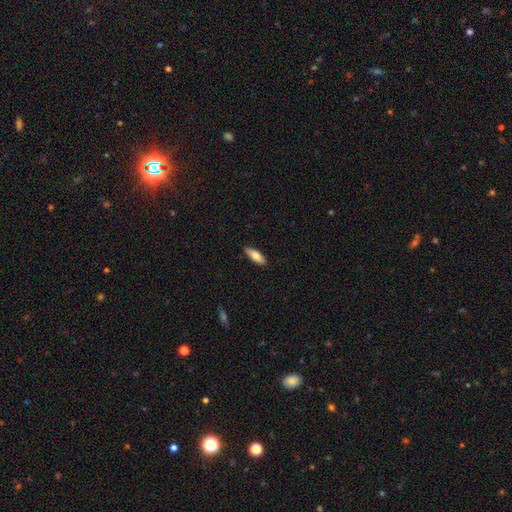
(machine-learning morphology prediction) A smooth galaxy with no disk features (78%) that is in between round and cigar-shaped (66%).

Vote fractions:
- Smooth or featured? smooth: 78% / featured or disk: 16% / star or artifact: 6%
- How rounded? in between: 66% / cigar-shaped: 32% / round: 2%
- Merging? none: 88% / minor disturbance: 9% / major disturbance: 2% / merger: 1%